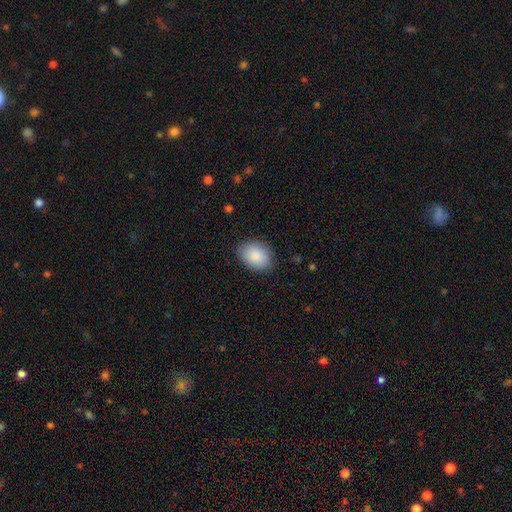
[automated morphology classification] smooth_or_featured: smooth (p=0.88) [alt: star or artifact p=0.06]
how_rounded: in between (p=0.79) [alt: round p=0.20]
merging: none (p=0.85) [alt: minor disturbance p=0.11]